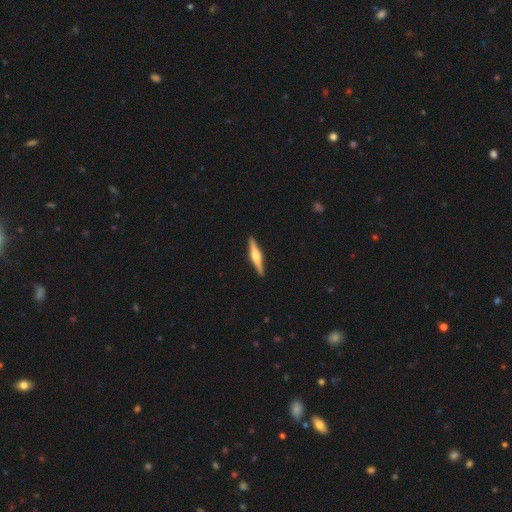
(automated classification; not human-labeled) A featured or disk galaxy (72%) viewed edge-on (98%) with a rounded central bulge (85%). Merging: none (92%).